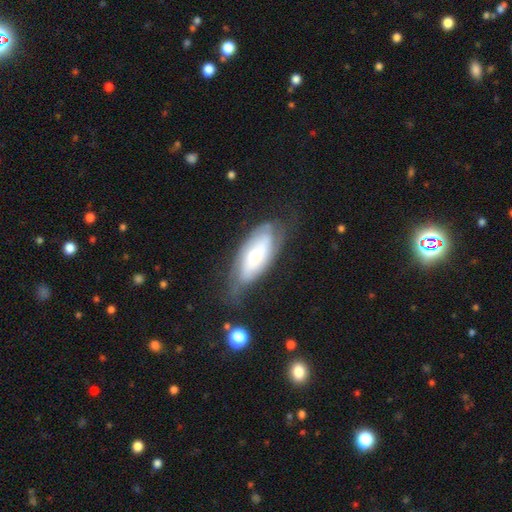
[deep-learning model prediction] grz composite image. It shows a featured or disk galaxy (61%) with no bar (69%), spiral arms (80%) and a small central bulge (43%, tied with moderate). Merging: none (58%).